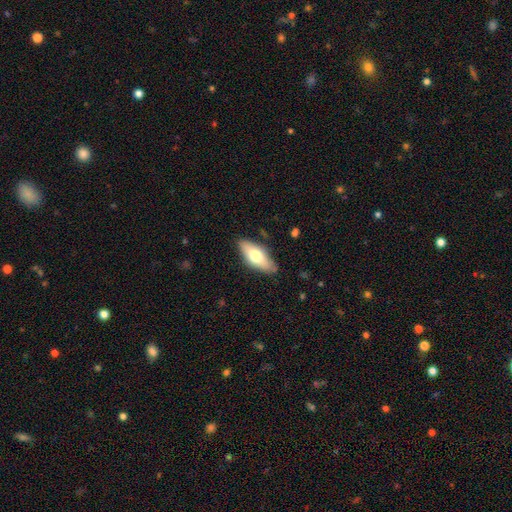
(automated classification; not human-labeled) smooth-or-featured: smooth: 64% | featured or disk: 30% | star or artifact: 6%
  how-rounded: in between: 76% | cigar-shaped: 22% | round: 3%
  merging: none: 82% | minor disturbance: 14% | major disturbance: 3% | merger: 1%